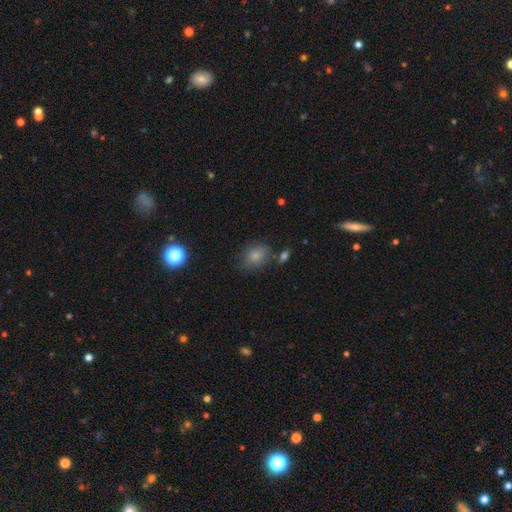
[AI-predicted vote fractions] A smooth galaxy with no disk features (81%) that is in between round and cigar-shaped (56%). Merging: none (67%).